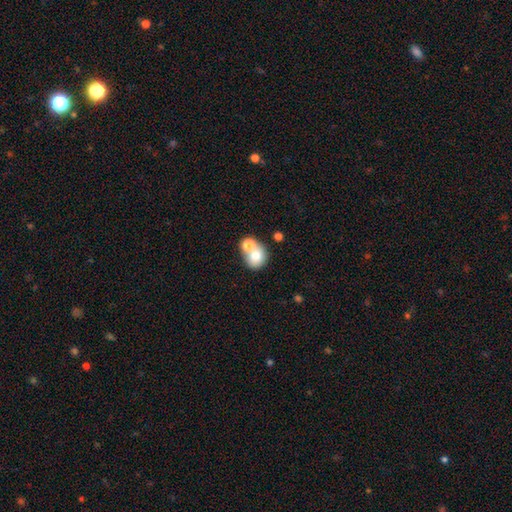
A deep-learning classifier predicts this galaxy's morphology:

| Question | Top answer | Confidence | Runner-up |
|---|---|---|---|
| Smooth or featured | smooth | 73% | featured or disk (16%) |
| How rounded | round | 72% | in between (28%) |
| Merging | merger | 49% | none (40%) |